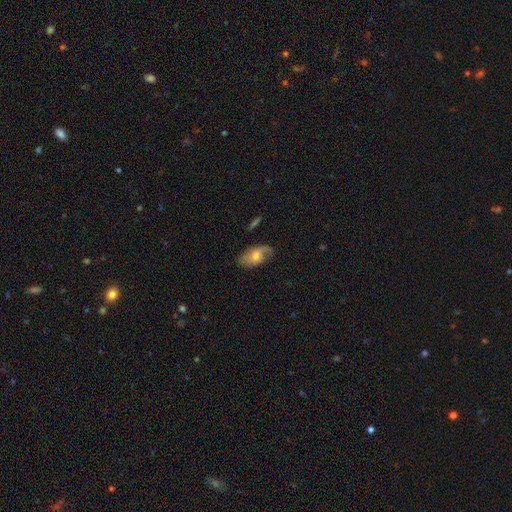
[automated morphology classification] This is possibly a smooth galaxy (48%). Merging: likely none (61%).